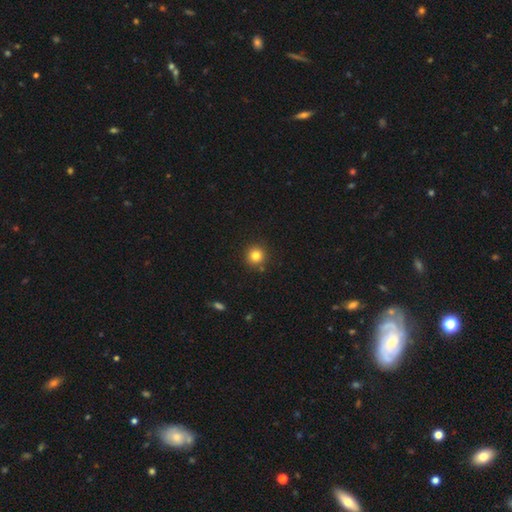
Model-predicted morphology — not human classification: Smooth or featured? smooth (81%)
How rounded? round (94%)
Merging? none (89%)